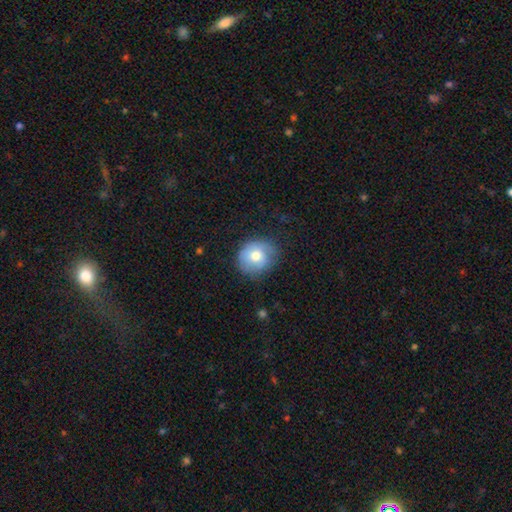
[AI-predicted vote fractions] smooth_or_featured: smooth (p=0.66) [alt: featured or disk p=0.26]
how_rounded: round (p=0.81) [alt: in between p=0.18]
merging: none (p=0.71) [alt: minor disturbance p=0.21]